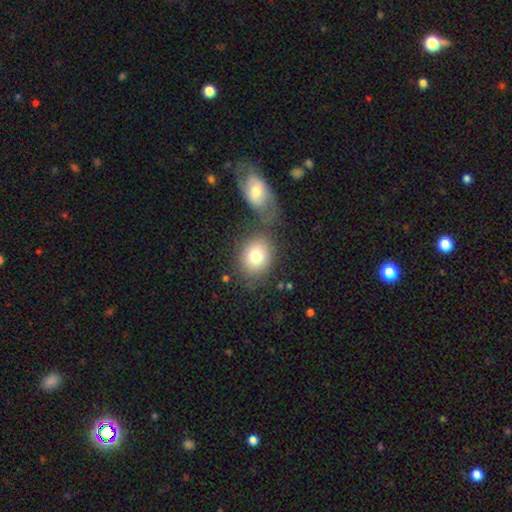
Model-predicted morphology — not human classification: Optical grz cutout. It shows a smooth galaxy with no disk features (78%) that is round (58%). Merging: none (60%).